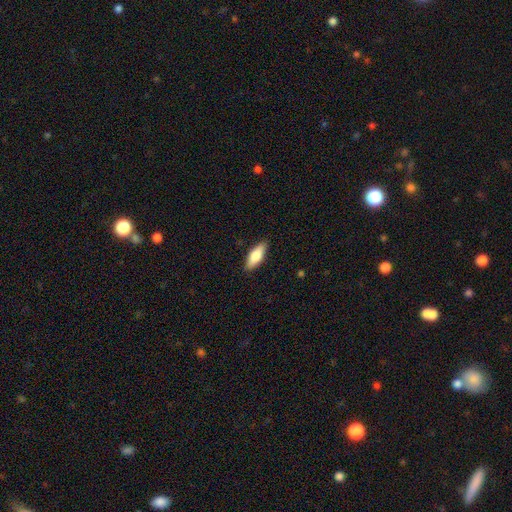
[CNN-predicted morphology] Q: Smooth or featured?
A: smooth (72%); runner-up: featured or disk (22%)
Q: How rounded?
A: in between (70%); runner-up: cigar-shaped (28%)
Q: Merging?
A: none (88%); runner-up: minor disturbance (9%)